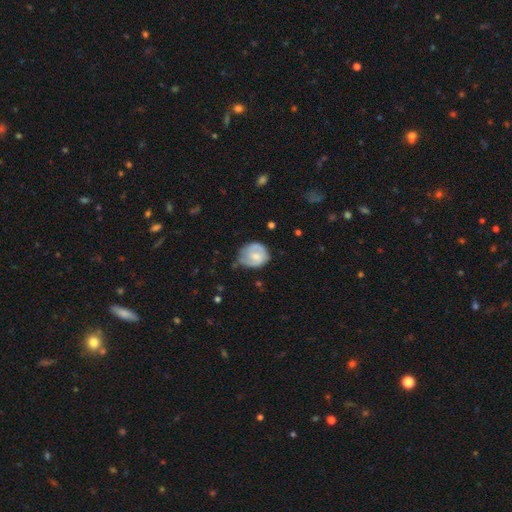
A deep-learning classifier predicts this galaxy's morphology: Overall: featured or disk (55%; smooth 39%). Edge-on disk: no (98%). Bar: no (50%; weak 42%). Spiral arms: yes (82%). Bulge size: moderate (42%; small 39%). Merging: none (54%; minor disturbance 33%).